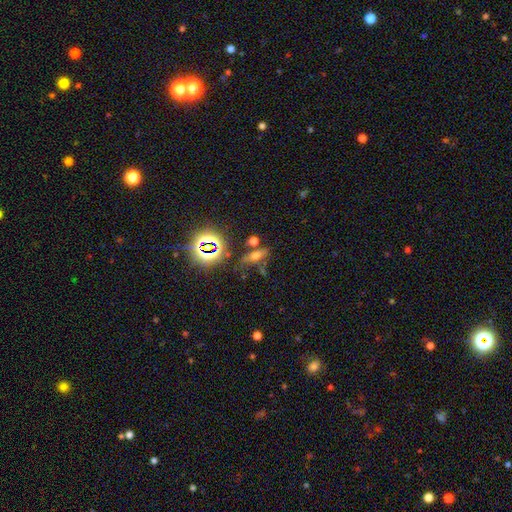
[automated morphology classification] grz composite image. It shows a smooth galaxy with no disk features (46%). Merging: none (69%).